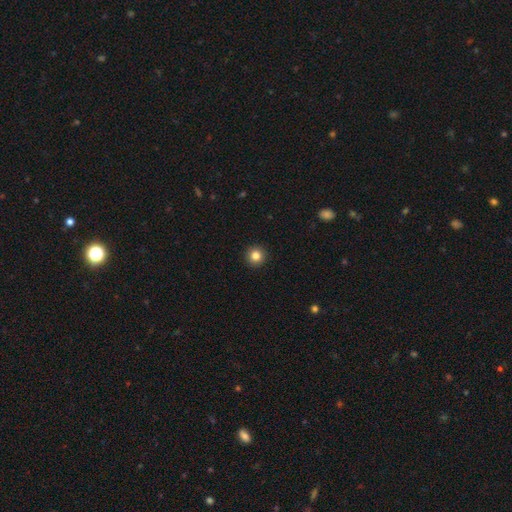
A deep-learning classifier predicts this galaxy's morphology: smooth 84%, star or artifact 11%, featured or disk 5%. Down the decision tree: how rounded — round (95%); merging — none (93%).